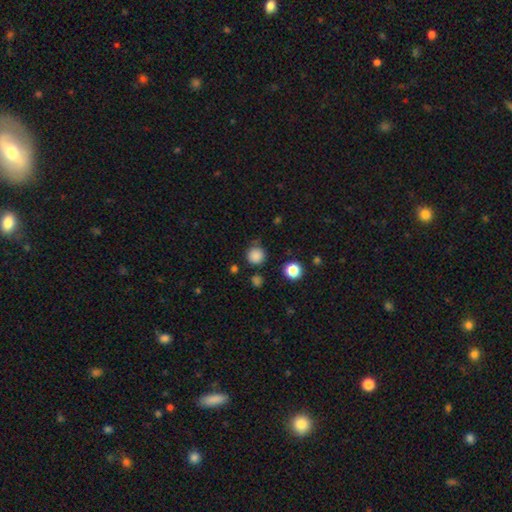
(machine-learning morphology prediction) type=smooth (83%); roundness=round (94%); merging=none (79%).